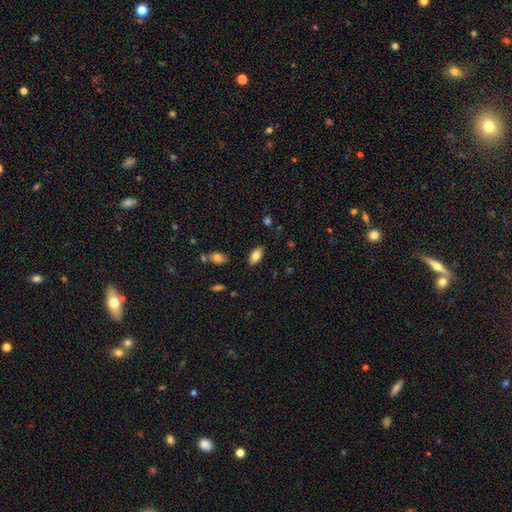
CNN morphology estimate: smooth_or_featured: smooth (p=0.82) [alt: featured or disk p=0.10]
how_rounded: in between (p=0.92) [alt: cigar-shaped p=0.05]
merging: none (p=0.86) [alt: minor disturbance p=0.10]